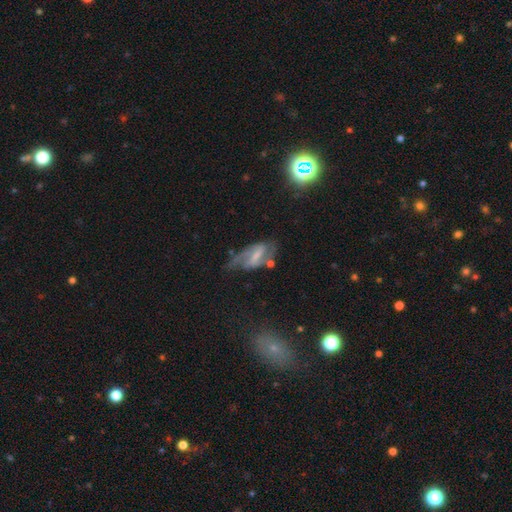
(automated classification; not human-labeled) Q: Smooth or featured?
A: featured or disk (71%); runner-up: smooth (19%)
Q: Edge-on disk?
A: no (92%); runner-up: yes (8%)
Q: Bar?
A: strong (45%); runner-up: weak (41%)
Q: Spiral arms?
A: yes (85%); runner-up: no (15%)
Q: Spiral winding?
A: medium (42%); runner-up: loose (38%)
Q: Spiral arm count?
A: 2 (79%); runner-up: can't tell (11%)
Q: Bulge size?
A: small (37%); runner-up: moderate (28%)
Q: Merging?
A: none (46%); runner-up: minor disturbance (27%)